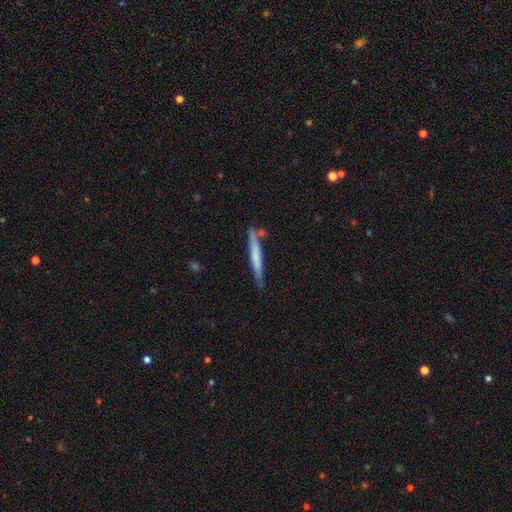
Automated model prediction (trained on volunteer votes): This is possibly a smooth galaxy (57%). How rounded: clearly cigar-shaped (96%). Merging: likely none (77%).